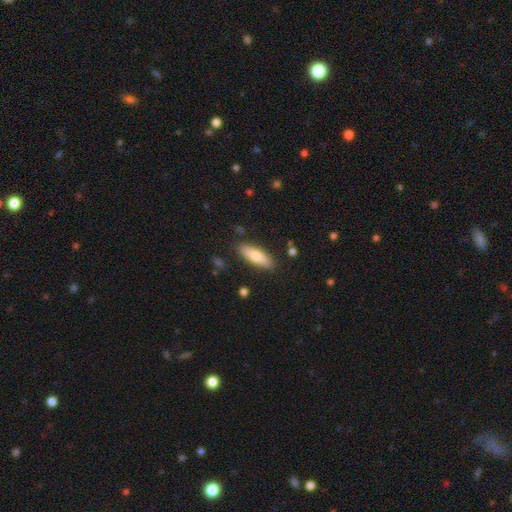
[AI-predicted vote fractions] smooth-or-featured: smooth: 73% | featured or disk: 21% | star or artifact: 6%
  how-rounded: in between: 53% | cigar-shaped: 45% | round: 2%
  merging: none: 87% | minor disturbance: 10% | major disturbance: 2% | merger: 2%